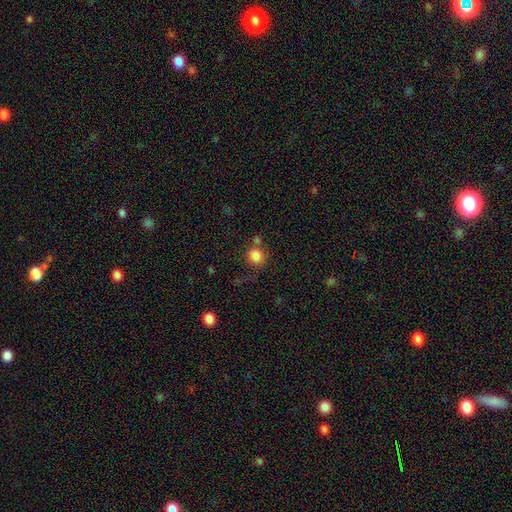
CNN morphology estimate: This is clearly a smooth galaxy (84%). How rounded: clearly round (81%). Merging: likely none (63%).